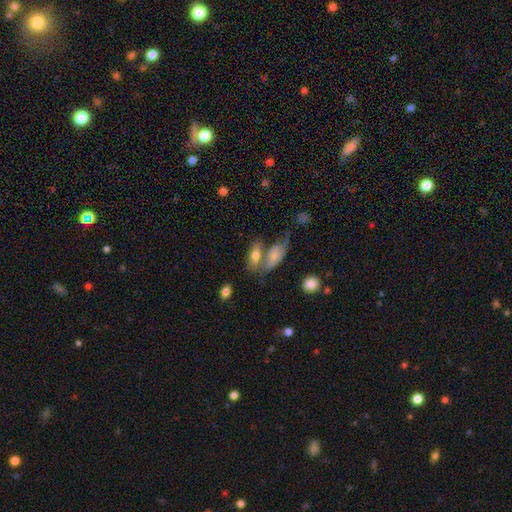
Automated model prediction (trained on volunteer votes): Q: Smooth or featured?
A: smooth (66%); runner-up: featured or disk (25%)
Q: How rounded?
A: in between (81%); runner-up: cigar-shaped (14%)
Q: Merging?
A: merger (45%); runner-up: none (36%)